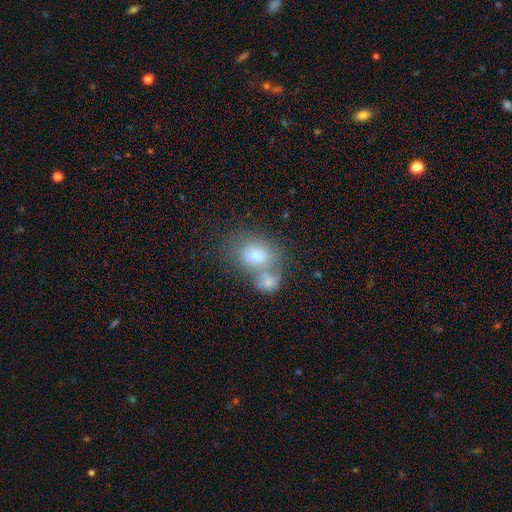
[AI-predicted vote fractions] Overall: smooth (71%). How rounded: in between (53%; round 46%). Merging: merger (53%; none 34%).